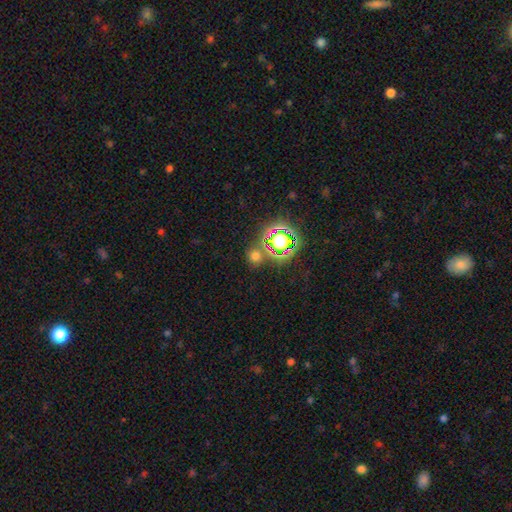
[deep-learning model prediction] Smooth or featured: smooth — 54% (star or artifact — 39%)
How rounded: round — 84% (in between — 14%)
Merging: none — 73% (merger — 14%)